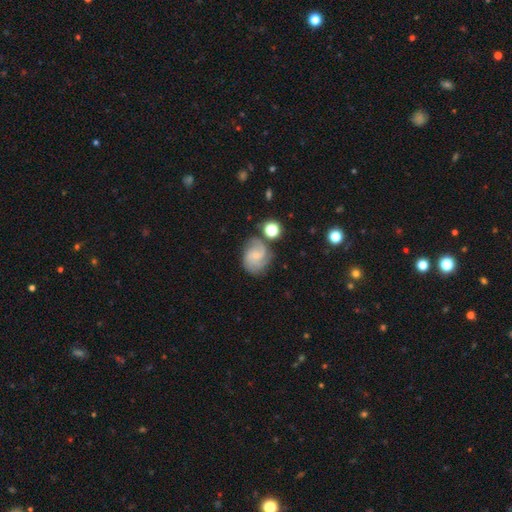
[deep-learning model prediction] This appears to be a featured or disk galaxy (72%) with no bar (62%), 3 (33%, tied with 2) medium (48%) spiral arms (95%) and a small central bulge (72%). Merging: none (64%).